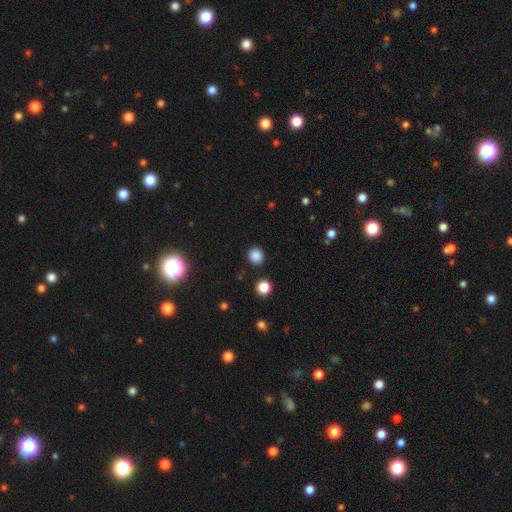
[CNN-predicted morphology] A smooth galaxy with no disk features (84%) that is round (82%).

Vote fractions:
- Smooth or featured? smooth: 84% / star or artifact: 12% / featured or disk: 3%
- How rounded? round: 82% / in between: 17% / cigar-shaped: 1%
- Merging? none: 89% / minor disturbance: 7% / major disturbance: 2% / merger: 2%